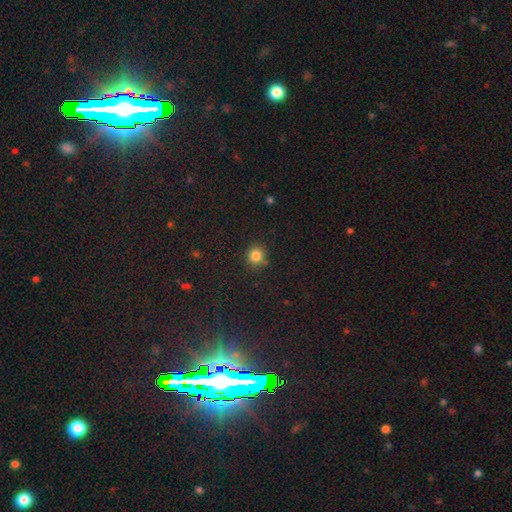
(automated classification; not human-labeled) smooth 83%, star or artifact 12%, featured or disk 5%. Down the decision tree: how rounded — round (87%); merging — none (83%).